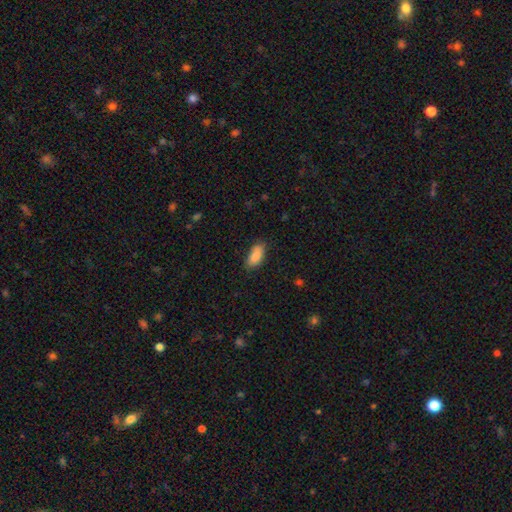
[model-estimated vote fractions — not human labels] Smooth or featured?
  - smooth: 88% *
  - star or artifact: 7%
  - featured or disk: 5%
How rounded?
  - in between: 87% *
  - cigar-shaped: 11%
  - round: 2%
Merging?
  - none: 79% *
  - minor disturbance: 16%
  - major disturbance: 3%
  - merger: 1%